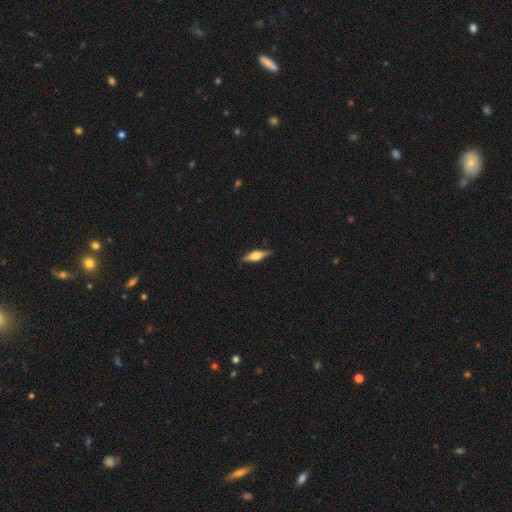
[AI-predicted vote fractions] featured or disk 64%, smooth 30%, star or artifact 6%. Down the decision tree: edge-on disk — yes (95%); edge-on bulge — rounded (85%); merging — none (86%).